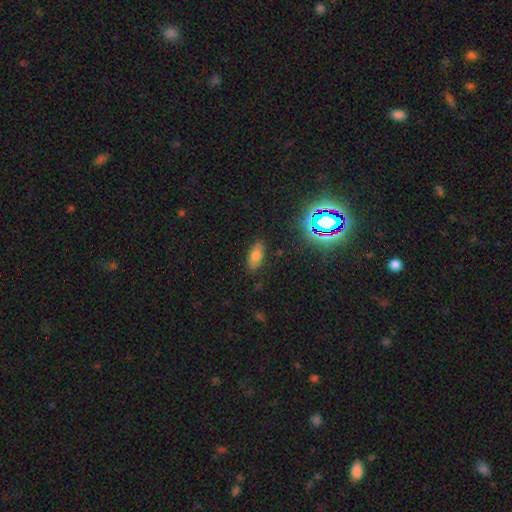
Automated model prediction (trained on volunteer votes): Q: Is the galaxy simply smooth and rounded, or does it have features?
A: smooth — 69%.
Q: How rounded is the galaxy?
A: in between — 83%.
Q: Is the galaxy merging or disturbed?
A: none — 85%.